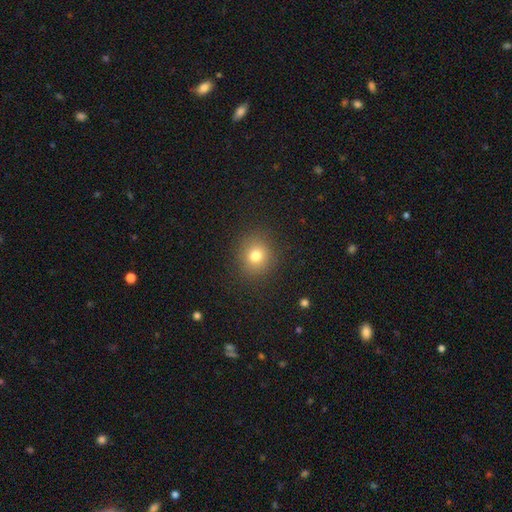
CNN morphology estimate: smooth 77%, star or artifact 14%, featured or disk 9%. Down the decision tree: how rounded — round (84%); merging — none (88%).